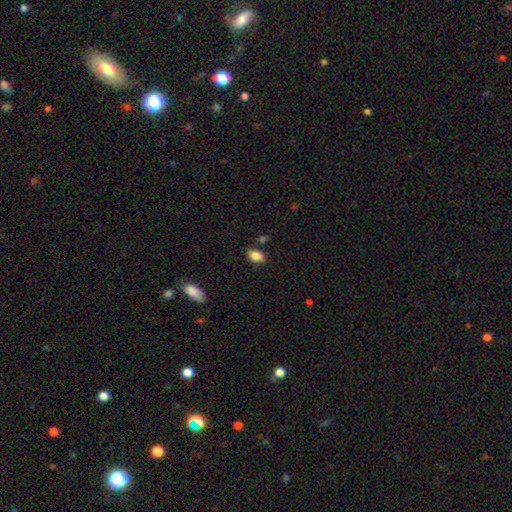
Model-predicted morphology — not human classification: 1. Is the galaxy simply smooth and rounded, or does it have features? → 86% smooth, 9% star or artifact, 5% featured or disk.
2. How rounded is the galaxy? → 84% in between, 14% round, 2% cigar-shaped.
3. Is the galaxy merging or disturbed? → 77% none, 14% minor disturbance, 6% merger, 3% major disturbance.